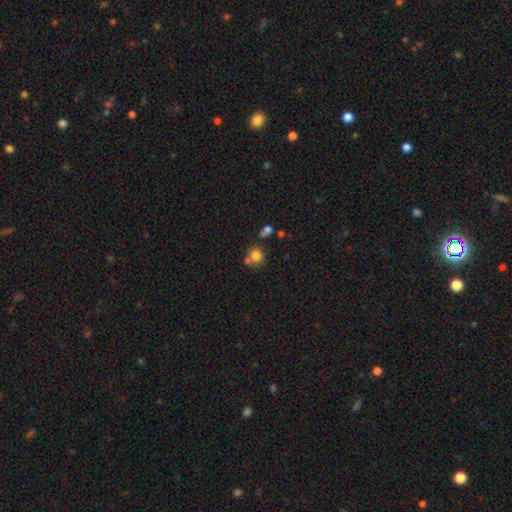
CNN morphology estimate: Smooth or featured: smooth — 80% (star or artifact — 11%)
How rounded: round — 78% (in between — 21%)
Merging: none — 54% (merger — 29%)